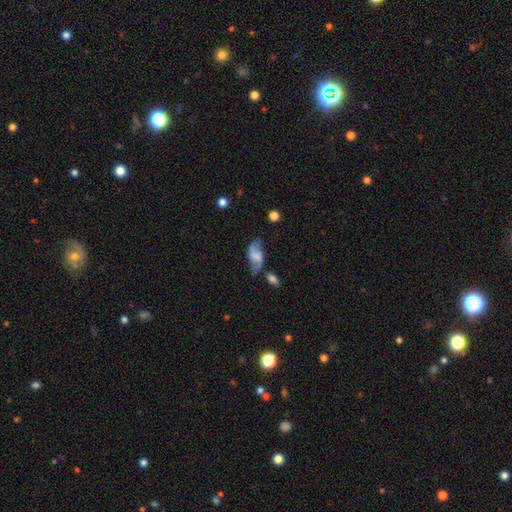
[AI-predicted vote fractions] This appears to be a featured or disk galaxy (56%) with no bar (44%), spiral arms (83%) and no central bulge (43%). Merging: none (52%).